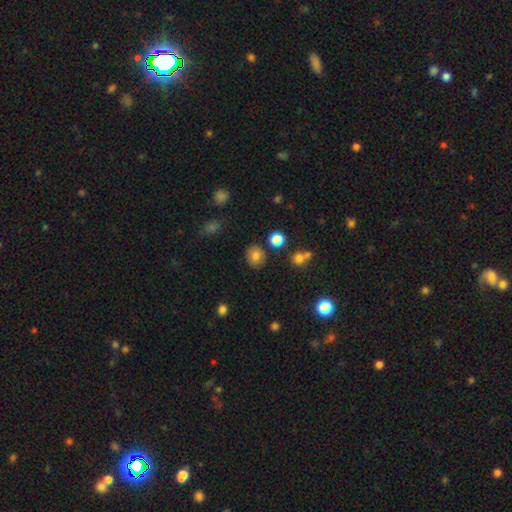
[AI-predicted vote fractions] Q: Smooth or featured?
A: smooth (79%); runner-up: star or artifact (12%)
Q: How rounded?
A: round (77%); runner-up: in between (22%)
Q: Merging?
A: none (86%); runner-up: minor disturbance (8%)